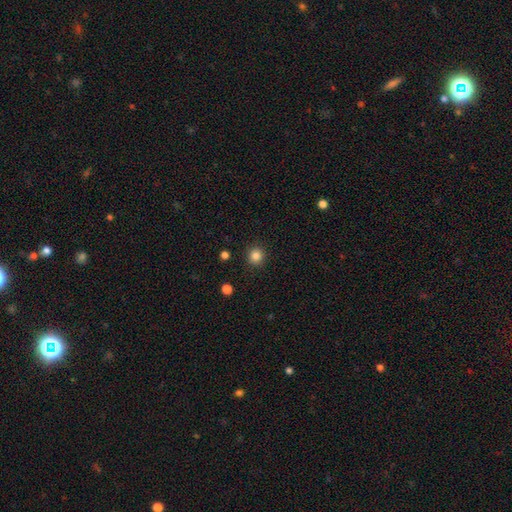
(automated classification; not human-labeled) A smooth galaxy with no disk features (84%) that is round (93%).

Vote fractions:
- Smooth or featured? smooth: 84% / star or artifact: 12% / featured or disk: 4%
- How rounded? round: 93% / in between: 6% / cigar-shaped: 1%
- Merging? none: 92% / minor disturbance: 5% / major disturbance: 2% / merger: 1%